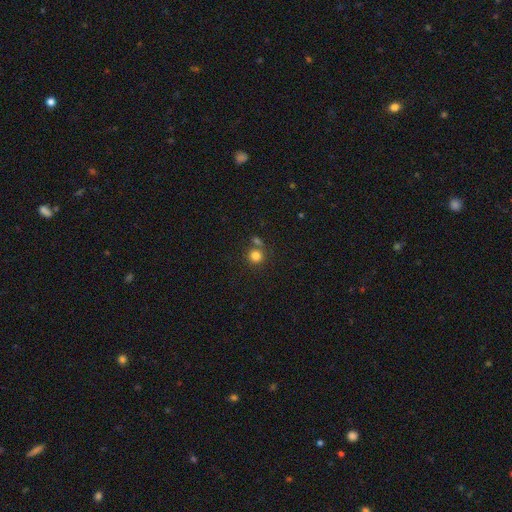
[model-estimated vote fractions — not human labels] Smooth or featured? smooth (81%)
How rounded? round (89%)
Merging? none (66%)